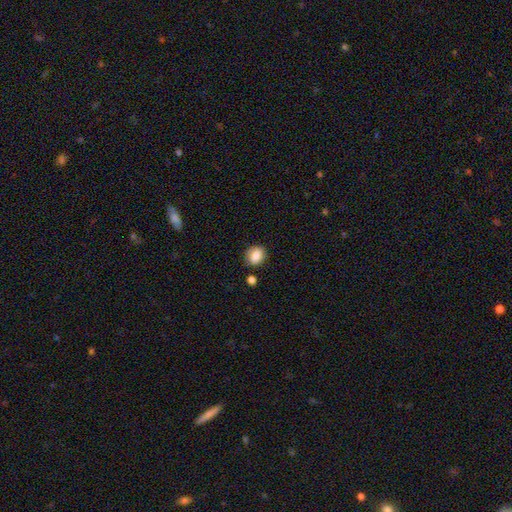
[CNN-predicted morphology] Smooth or featured?
  - smooth: 84% *
  - star or artifact: 9%
  - featured or disk: 7%
How rounded?
  - round: 65% *
  - in between: 34%
  - cigar-shaped: 1%
Merging?
  - none: 77% *
  - minor disturbance: 15%
  - merger: 5%
  - major disturbance: 3%